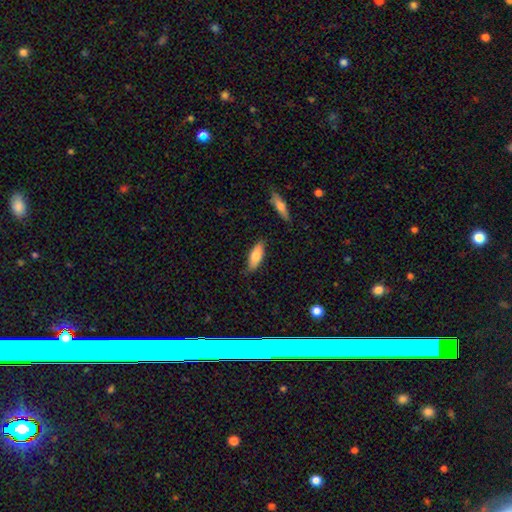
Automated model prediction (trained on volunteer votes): Morphology: type=smooth (74%); roundness=in between (70%); merging=none (83%).